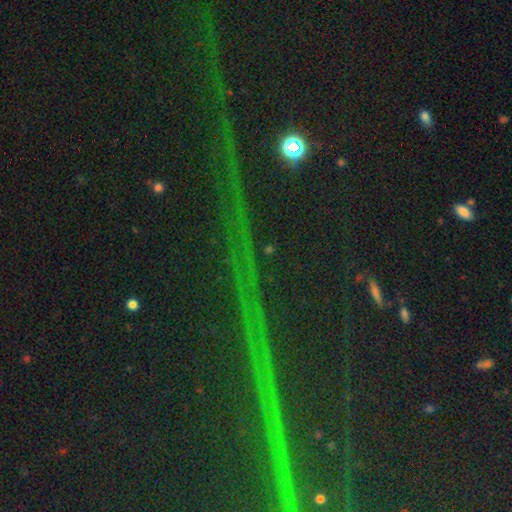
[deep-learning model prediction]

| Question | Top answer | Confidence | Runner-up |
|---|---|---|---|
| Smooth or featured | star or artifact | 83% | featured or disk (9%) |